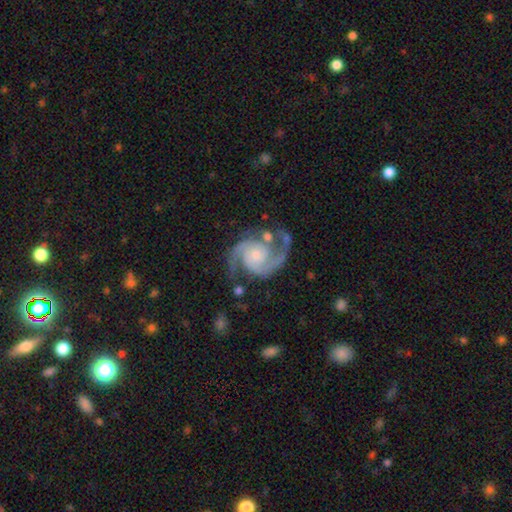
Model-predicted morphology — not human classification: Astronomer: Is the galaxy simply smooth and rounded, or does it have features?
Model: featured or disk — 93%.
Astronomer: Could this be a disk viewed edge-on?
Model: no — 98%.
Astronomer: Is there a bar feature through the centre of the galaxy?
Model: no — 70%.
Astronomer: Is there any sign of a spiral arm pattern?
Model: yes — 99%.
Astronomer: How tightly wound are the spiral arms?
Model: medium — 60%.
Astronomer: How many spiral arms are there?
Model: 2 — 92%.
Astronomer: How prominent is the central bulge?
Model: small — 43% (runner-up: moderate, 38%).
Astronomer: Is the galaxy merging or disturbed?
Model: none — 69%.